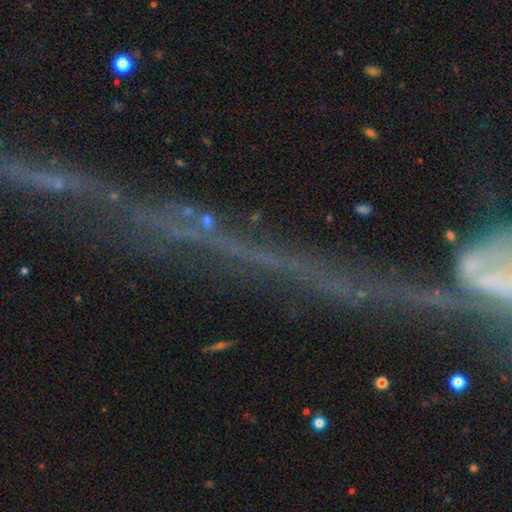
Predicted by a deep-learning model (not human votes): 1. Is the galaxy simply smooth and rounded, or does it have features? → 56% star or artifact, 30% featured or disk, 14% smooth.